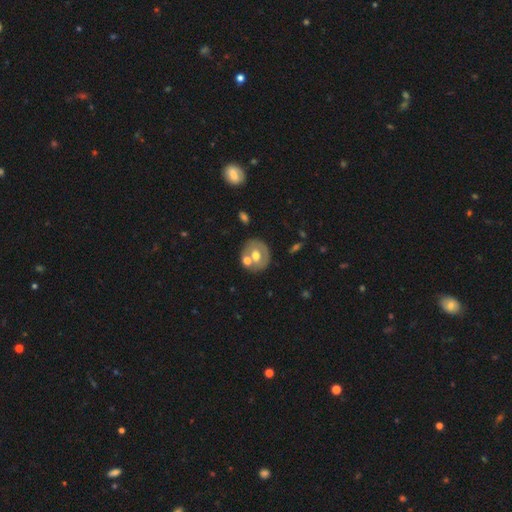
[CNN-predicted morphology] A smooth galaxy with no disk features (47%).

Vote fractions:
- Smooth or featured? smooth: 47% / featured or disk: 45% / star or artifact: 8%
- Merging? none: 59% / merger: 23% / minor disturbance: 13% / major disturbance: 5%